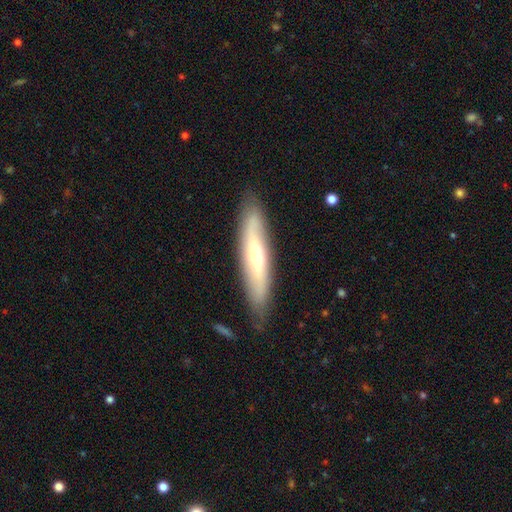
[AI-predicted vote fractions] This is possibly a featured or disk galaxy (53%). It is possibly viewed edge-on (57%). Merging: clearly none (82%).